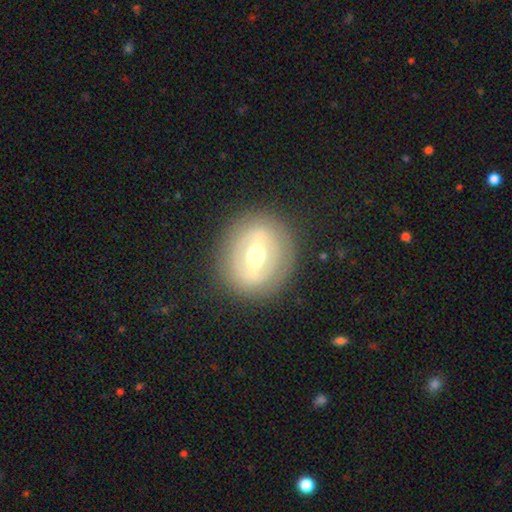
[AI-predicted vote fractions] Q: Smooth or featured?
A: featured or disk (64%); runner-up: smooth (29%)
Q: Edge-on disk?
A: no (91%); runner-up: yes (9%)
Q: Bar?
A: strong (54%); runner-up: weak (30%)
Q: Spiral arms?
A: no (77%); runner-up: yes (23%)
Q: Bulge size?
A: moderate (70%); runner-up: small (21%)
Q: Merging?
A: none (84%); runner-up: minor disturbance (10%)